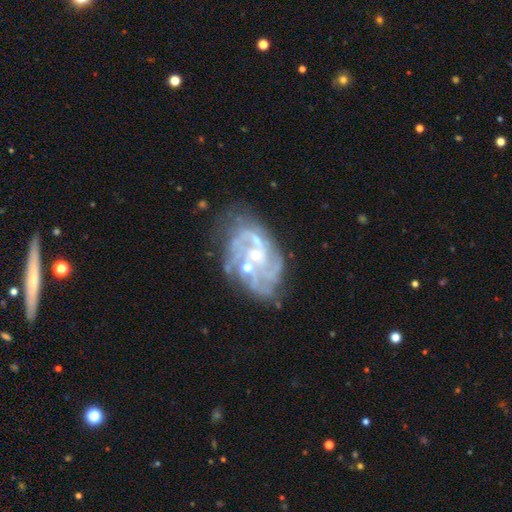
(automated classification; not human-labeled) A featured or disk galaxy (82%) with no bar (68%), tight (48%) spiral arms (84%) and a small central bulge (60%). Merging: none (52%).